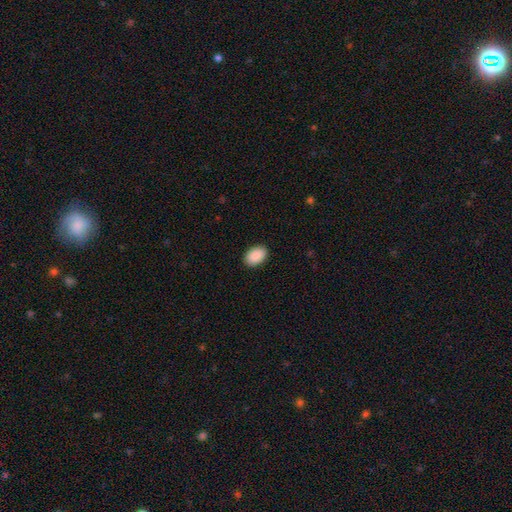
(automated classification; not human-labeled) The model was most divided on "how rounded": in between: 90%, round: 9%, cigar-shaped: 1%. More confident: smooth or featured — smooth (91%); merging — none (90%).